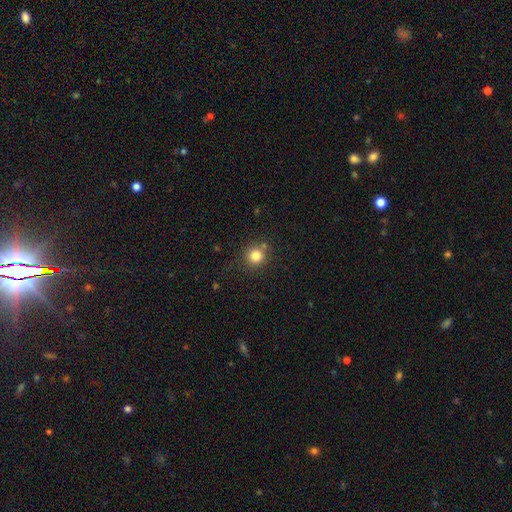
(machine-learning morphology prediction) Smooth or featured: smooth — 82% (star or artifact — 12%)
How rounded: round — 93% (in between — 6%)
Merging: none — 79% (minor disturbance — 10%)